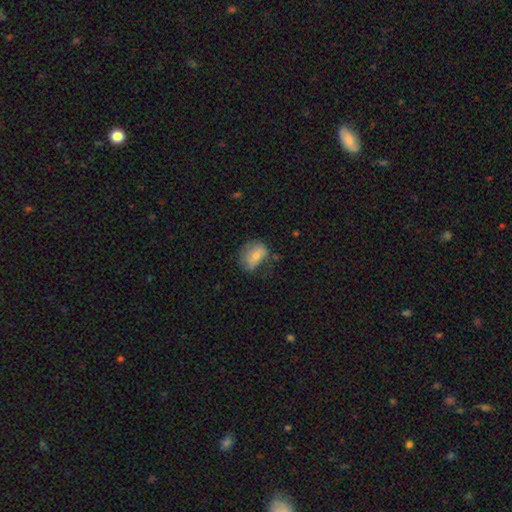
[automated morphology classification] Overall: smooth (67%). How rounded: in between (67%; round 32%). Merging: none (45%; minor disturbance 33%).